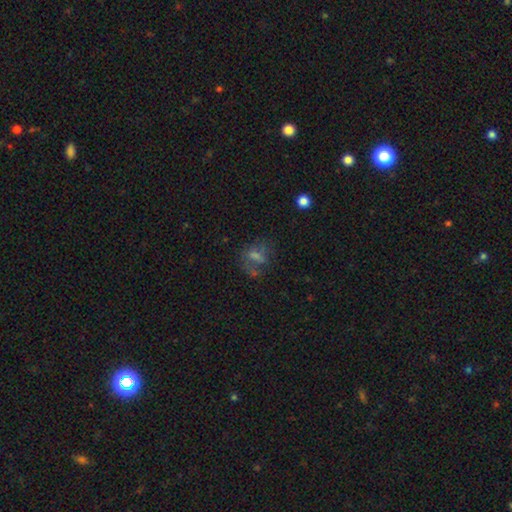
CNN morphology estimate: This appears to be a smooth galaxy with no disk features (37%, tied with featured or disk). Merging: none (51%).